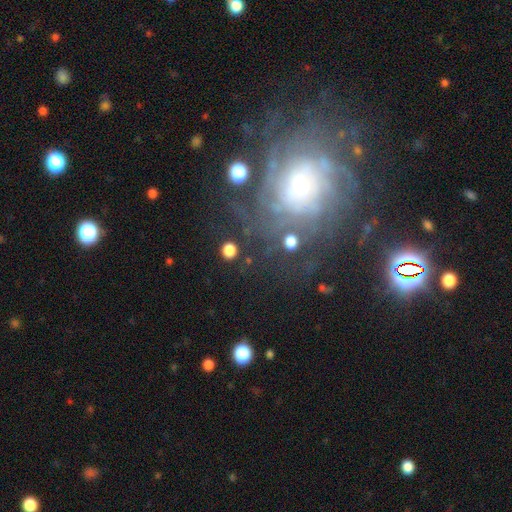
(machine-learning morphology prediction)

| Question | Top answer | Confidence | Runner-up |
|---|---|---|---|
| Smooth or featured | featured or disk | 71% | star or artifact (17%) |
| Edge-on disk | no | 96% | yes (4%) |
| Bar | no | 73% | weak (20%) |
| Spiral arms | yes | 91% | no (9%) |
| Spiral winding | tight | 74% | medium (20%) |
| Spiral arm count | can't tell | 42% | more than 4 (21%) |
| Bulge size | small | 66% | moderate (27%) |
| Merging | none | 76% | minor disturbance (13%) |